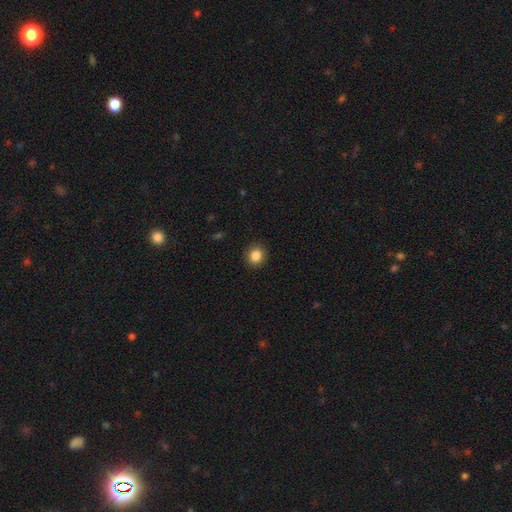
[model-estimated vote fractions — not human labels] Morphology: type=smooth (86%); roundness=round (78%); merging=none (90%).